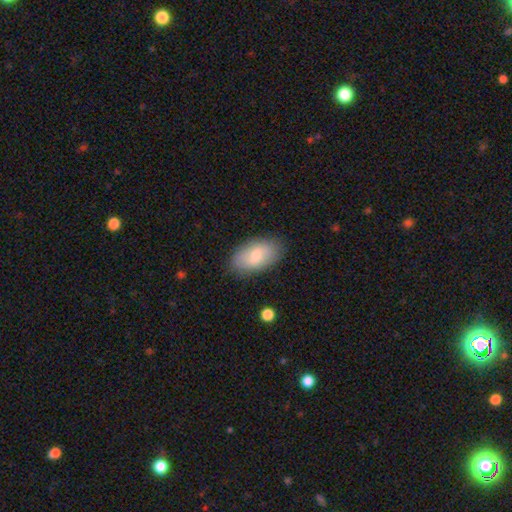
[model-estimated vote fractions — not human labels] Overall: smooth (68%). How rounded: in between (93%). Merging: none (82%).